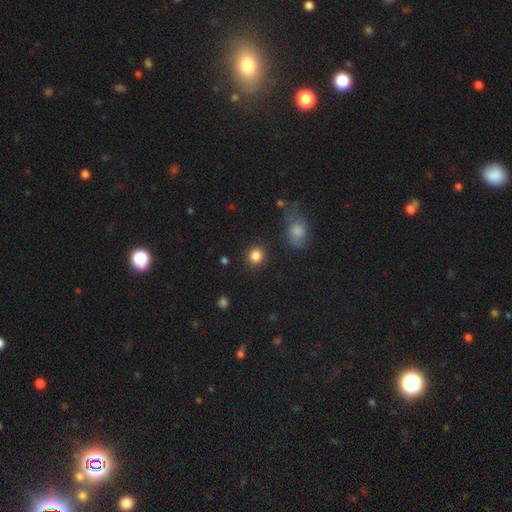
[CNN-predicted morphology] smooth 85%, star or artifact 10%, featured or disk 5%. Down the decision tree: how rounded — round (85%); merging — none (88%).